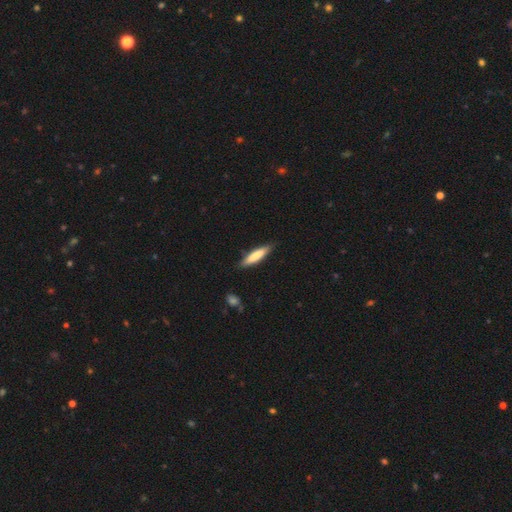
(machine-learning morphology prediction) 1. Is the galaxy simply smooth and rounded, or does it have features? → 76% smooth, 19% featured or disk, 5% star or artifact.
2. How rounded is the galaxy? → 80% cigar-shaped, 19% in between, 1% round.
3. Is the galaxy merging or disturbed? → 84% none, 12% minor disturbance, 2% major disturbance, 1% merger.